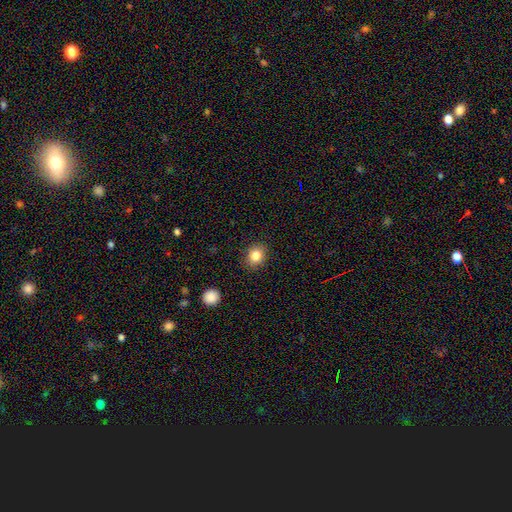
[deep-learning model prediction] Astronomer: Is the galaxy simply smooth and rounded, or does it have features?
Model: smooth — 84%.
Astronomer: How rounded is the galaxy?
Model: round — 56% (runner-up: in between, 43%).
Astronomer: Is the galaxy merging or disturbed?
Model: none — 88%.